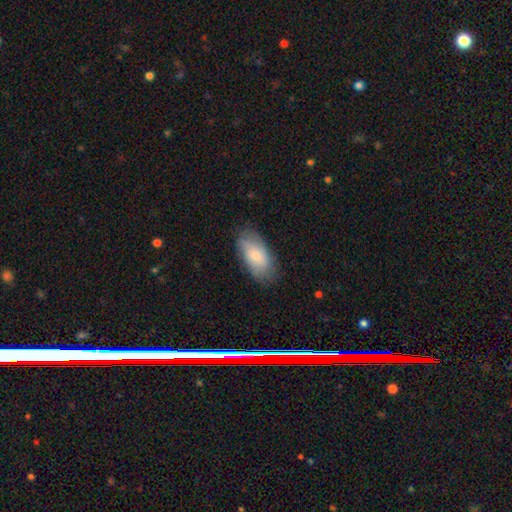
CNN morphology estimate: smooth 70%, featured or disk 24%, star or artifact 7%. Down the decision tree: how rounded — in between (92%); merging — none (75%).